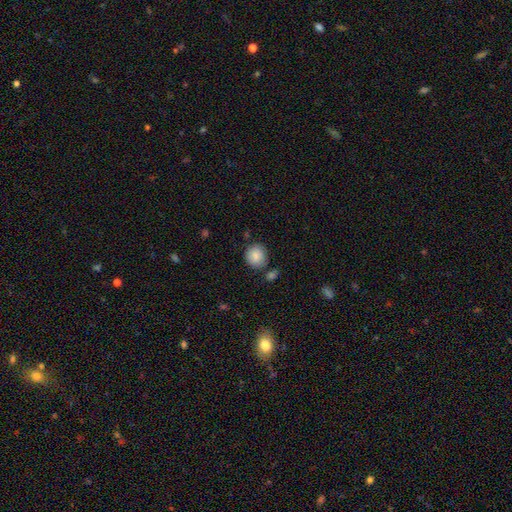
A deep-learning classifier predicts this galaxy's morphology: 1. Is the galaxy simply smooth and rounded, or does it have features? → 87% smooth, 8% star or artifact, 5% featured or disk.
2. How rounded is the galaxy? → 88% round, 11% in between, 1% cigar-shaped.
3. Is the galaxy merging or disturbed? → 78% none, 12% minor disturbance, 7% merger, 3% major disturbance.